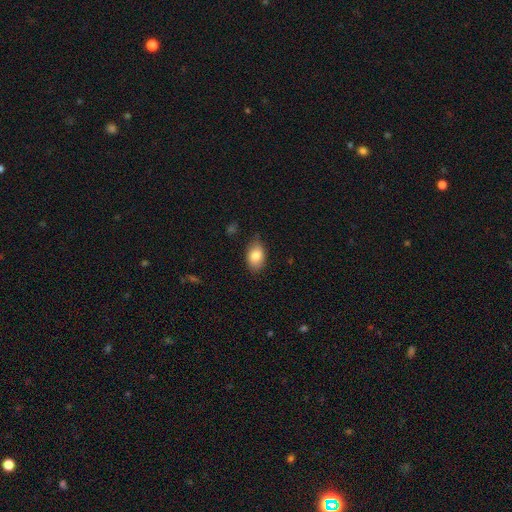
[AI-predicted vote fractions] Smooth or featured?
  - smooth: 83% *
  - featured or disk: 9%
  - star or artifact: 8%
How rounded?
  - in between: 87% *
  - round: 12%
  - cigar-shaped: 1%
Merging?
  - none: 75% *
  - minor disturbance: 20%
  - major disturbance: 3%
  - merger: 1%